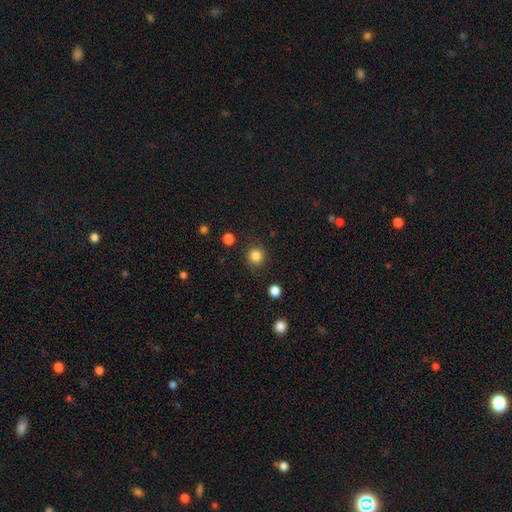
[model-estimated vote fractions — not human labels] Smooth or featured?
  - smooth: 84% *
  - star or artifact: 11%
  - featured or disk: 4%
How rounded?
  - round: 91% *
  - in between: 8%
  - cigar-shaped: 1%
Merging?
  - none: 86% *
  - minor disturbance: 9%
  - major disturbance: 3%
  - merger: 2%